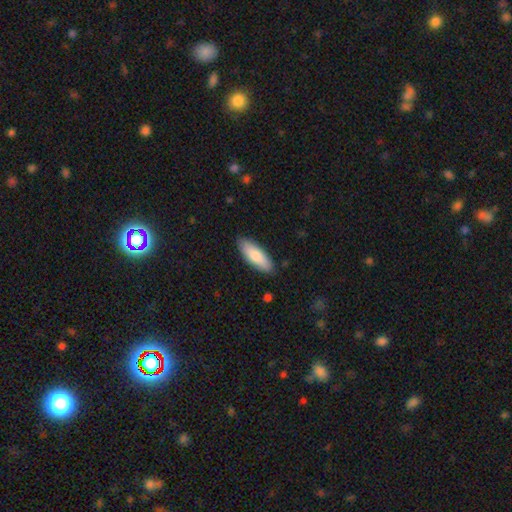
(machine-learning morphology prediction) A smooth galaxy with no disk features (80%) that is in between round and cigar-shaped (64%). Merging: none (87%).